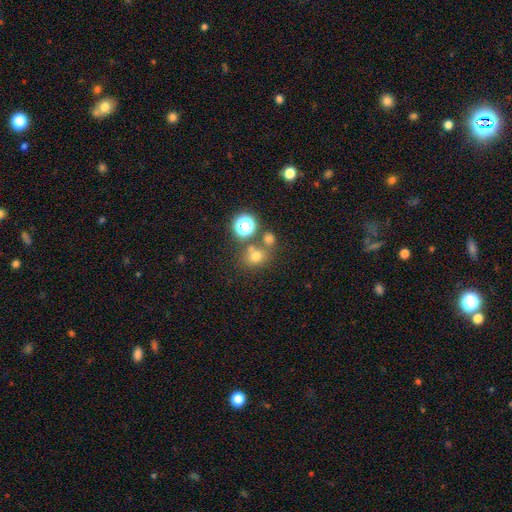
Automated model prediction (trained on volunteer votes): This appears to be a smooth galaxy with no disk features (68%) that is round (74%). Merging: none (63%).